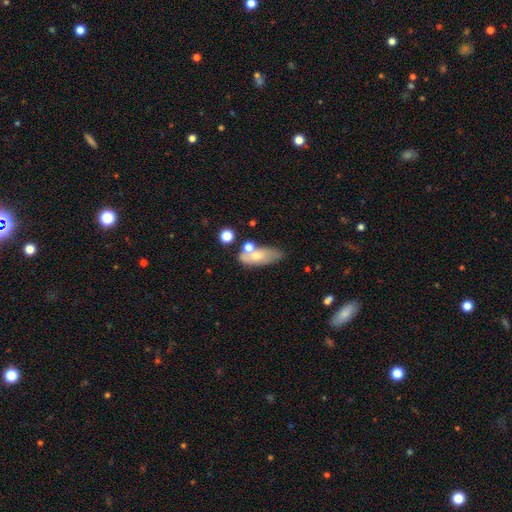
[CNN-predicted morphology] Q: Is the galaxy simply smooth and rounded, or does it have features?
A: smooth — 64%.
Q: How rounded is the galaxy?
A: in between — 80%.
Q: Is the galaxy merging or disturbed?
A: none — 45%.